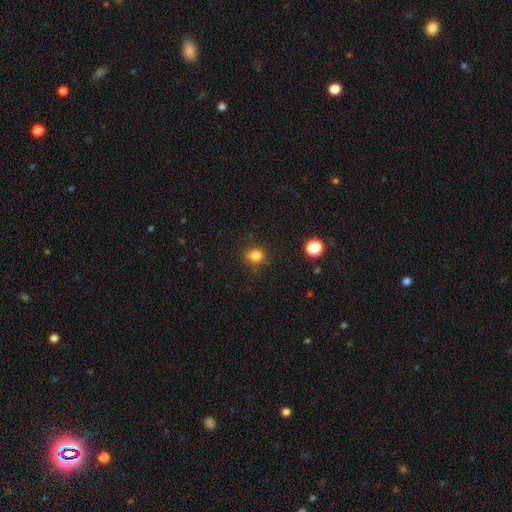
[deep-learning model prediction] Smooth or featured: smooth — 81% (star or artifact — 13%)
How rounded: round — 84% (in between — 15%)
Merging: none — 82% (minor disturbance — 13%)